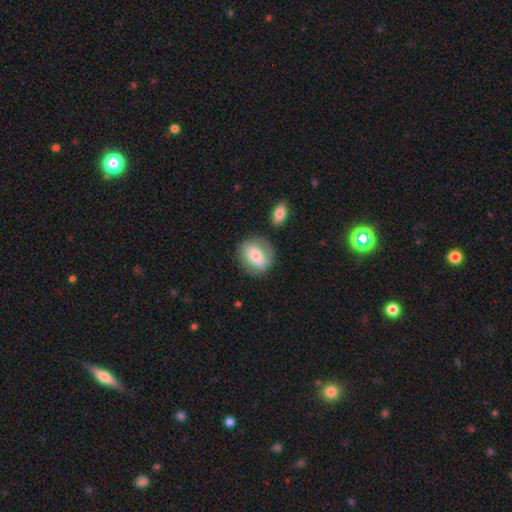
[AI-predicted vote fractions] smooth 60%, featured or disk 34%, star or artifact 7%. Down the decision tree: how rounded — round (56%); merging — none (71%).